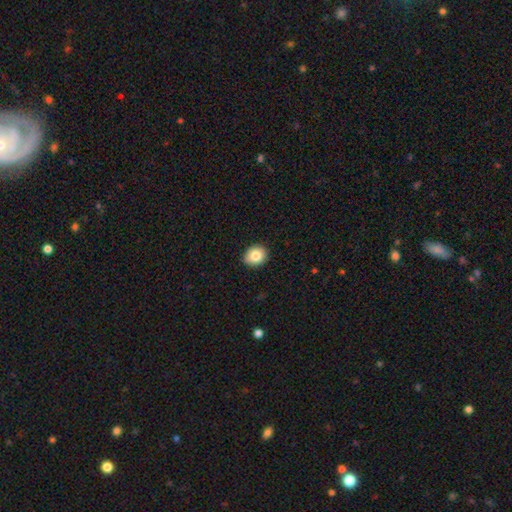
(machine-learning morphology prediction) This appears to be a smooth galaxy with no disk features (82%) that is round (63%). Merging: none (84%).